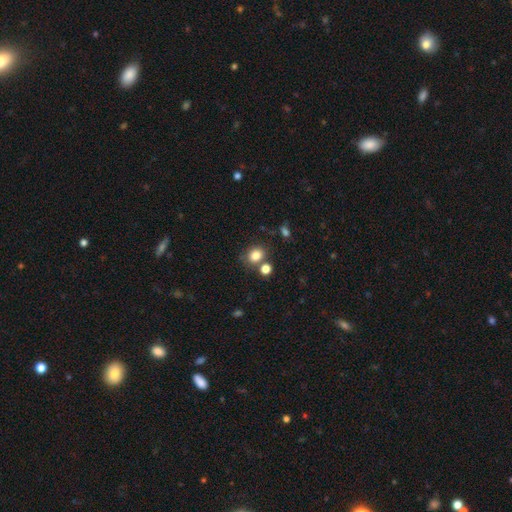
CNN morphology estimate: Overall: smooth (82%). How rounded: round (65%; in between 34%). Merging: none (67%).